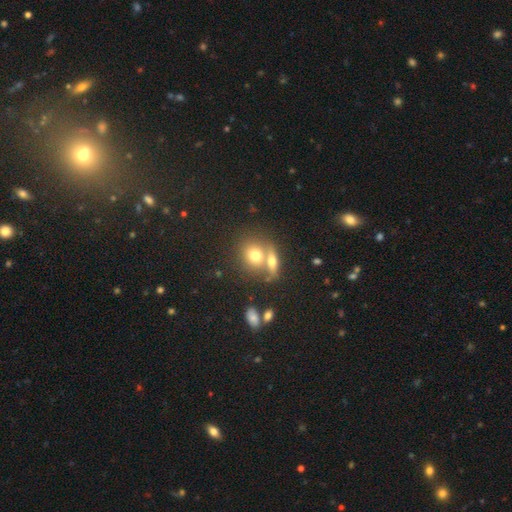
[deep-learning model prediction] Morphology: type=smooth (71%); roundness=round (64%); merging=merger (47%).